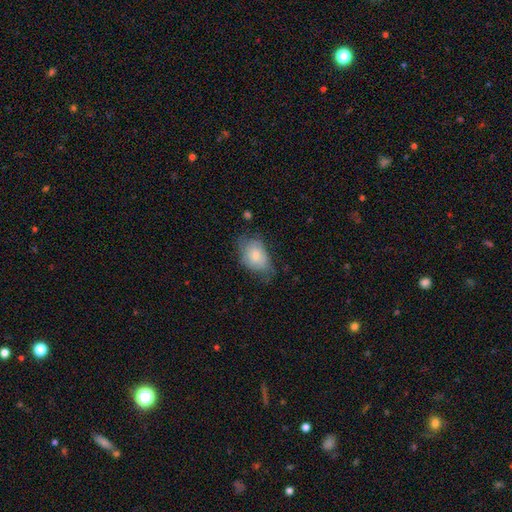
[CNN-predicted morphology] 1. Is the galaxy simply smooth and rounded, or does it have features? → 68% smooth, 25% featured or disk, 7% star or artifact.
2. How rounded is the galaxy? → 78% in between, 21% round, 1% cigar-shaped.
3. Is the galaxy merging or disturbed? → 43% none, 38% minor disturbance, 17% major disturbance, 2% merger.